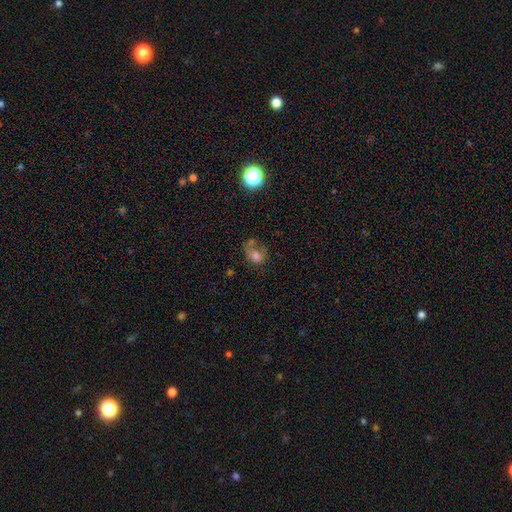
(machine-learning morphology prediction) Smooth or featured: smooth — 58% (featured or disk — 29%)
How rounded: round — 51% (in between — 48%)
Merging: major disturbance — 31% (none — 28%)